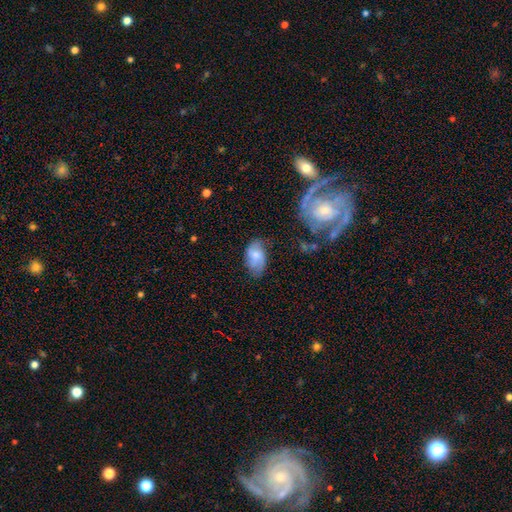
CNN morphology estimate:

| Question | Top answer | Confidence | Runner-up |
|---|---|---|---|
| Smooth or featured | smooth | 63% | featured or disk (30%) |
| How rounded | in between | 91% | round (6%) |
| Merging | none | 55% | minor disturbance (33%) |